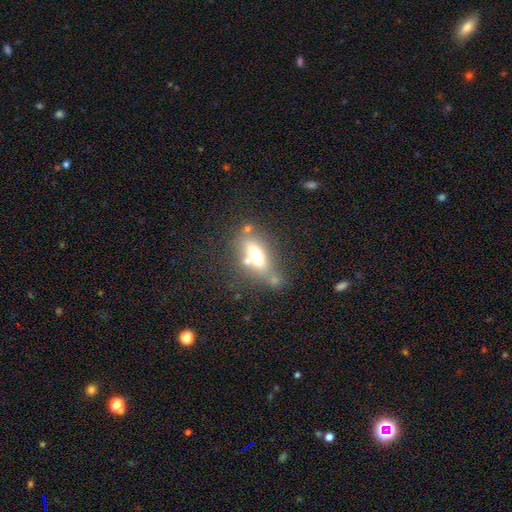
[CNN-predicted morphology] This appears to be a smooth galaxy with no disk features (59%) that is in between round and cigar-shaped (73%). Merging: none (52%).